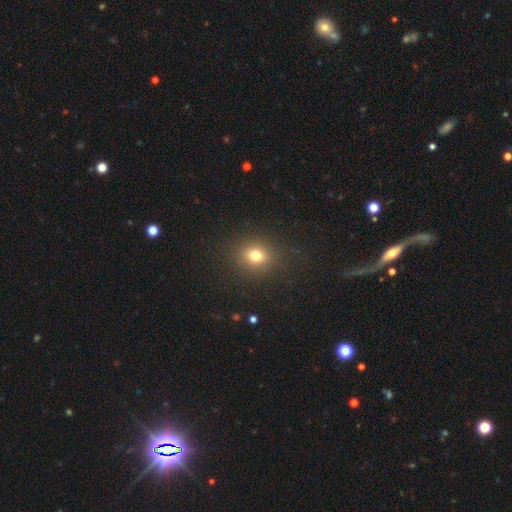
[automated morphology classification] smooth 76%, star or artifact 17%, featured or disk 8%. Down the decision tree: how rounded — round (76%); merging — none (88%).